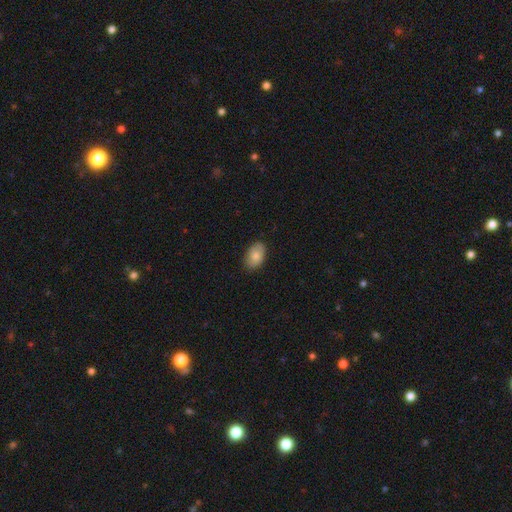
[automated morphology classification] type=smooth (83%); roundness=in between (91%); merging=none (85%).